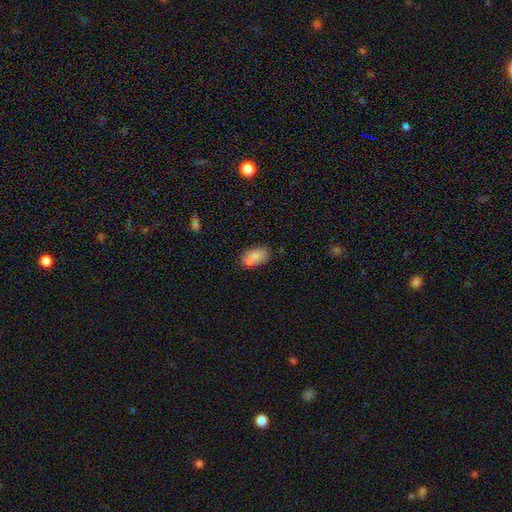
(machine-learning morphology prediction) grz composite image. It shows a smooth galaxy with no disk features (77%) that is in between round and cigar-shaped (91%). Merging: none (61%).